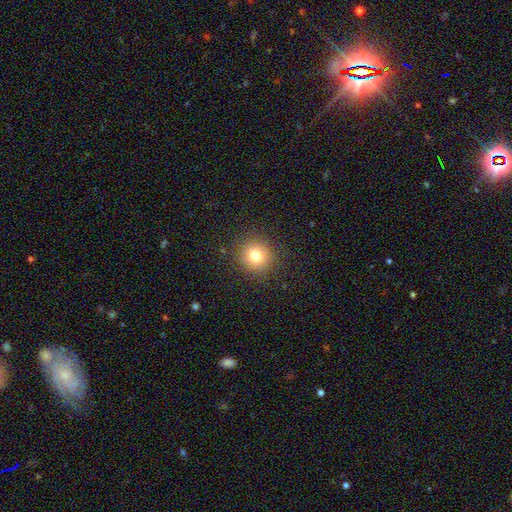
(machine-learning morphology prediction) type=smooth (77%); roundness=round (93%); merging=none (89%).